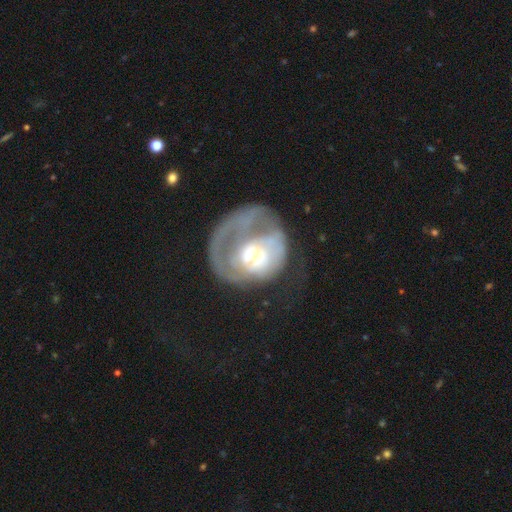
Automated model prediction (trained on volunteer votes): Morphology: type=featured or disk (68%); edge-on=no (97%); bar=no (68%); spiral arms=yes (58%); bulge=moderate (49%); merging=major disturbance (55%).